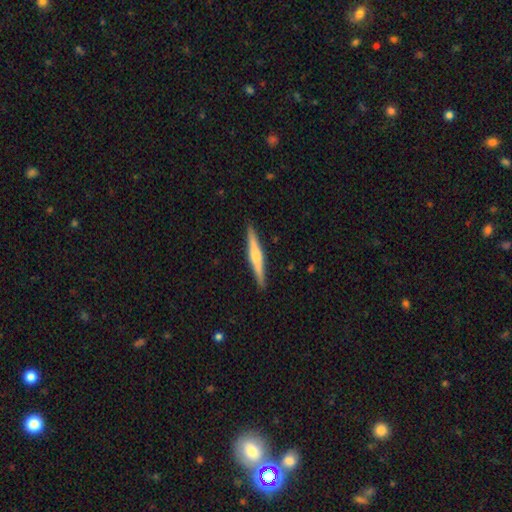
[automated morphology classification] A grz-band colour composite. It shows a featured or disk galaxy (57%) viewed edge-on (98%) with a rounded central bulge (68%). Merging: none (91%).